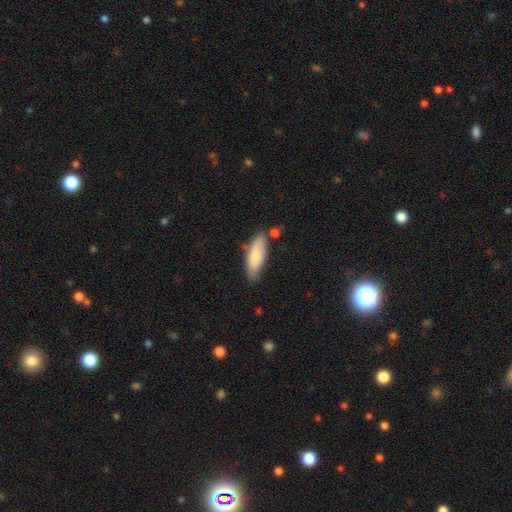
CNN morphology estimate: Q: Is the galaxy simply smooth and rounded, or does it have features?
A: smooth — 79%.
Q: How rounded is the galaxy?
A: in between — 60%.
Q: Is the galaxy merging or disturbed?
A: none — 70%.